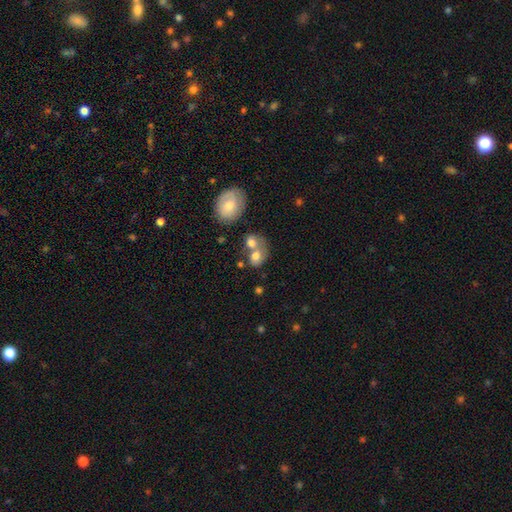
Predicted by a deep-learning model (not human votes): A smooth galaxy with no disk features (71%) that is in between round and cigar-shaped (50%).

Vote fractions:
- Smooth or featured? smooth: 71% / featured or disk: 20% / star or artifact: 9%
- How rounded? in between: 50% / round: 49% / cigar-shaped: 1%
- Merging? merger: 61% / none: 23% / minor disturbance: 9% / major disturbance: 6%